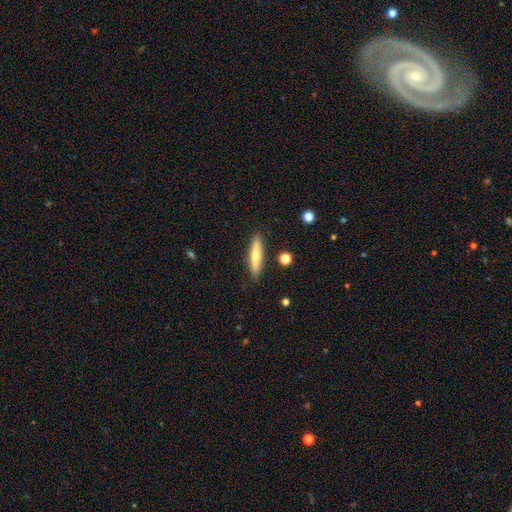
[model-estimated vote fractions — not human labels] smooth-or-featured: smooth: 60% | featured or disk: 33% | star or artifact: 6%
  how-rounded: cigar-shaped: 81% | in between: 17% | round: 2%
  merging: none: 88% | minor disturbance: 8% | major disturbance: 2% | merger: 2%